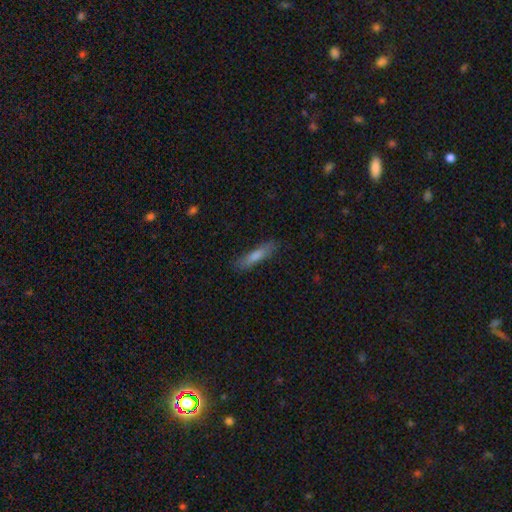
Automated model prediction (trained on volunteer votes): Smooth or featured? smooth (70%)
How rounded? cigar-shaped (80%)
Merging? none (84%)